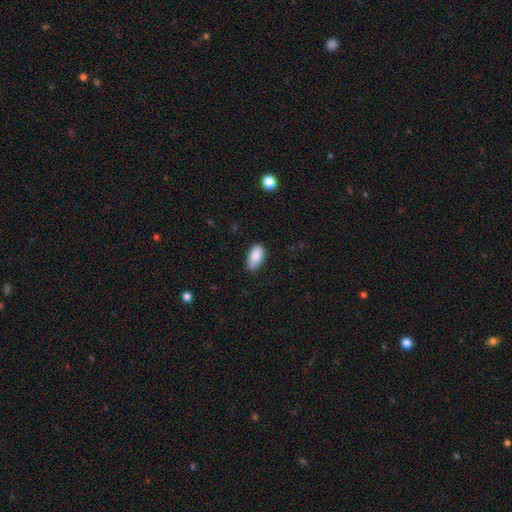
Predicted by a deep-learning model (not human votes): smooth-or-featured: smooth: 87% | star or artifact: 7% | featured or disk: 6%
  how-rounded: in between: 92% | cigar-shaped: 6% | round: 3%
  merging: none: 72% | minor disturbance: 23% | major disturbance: 3% | merger: 1%